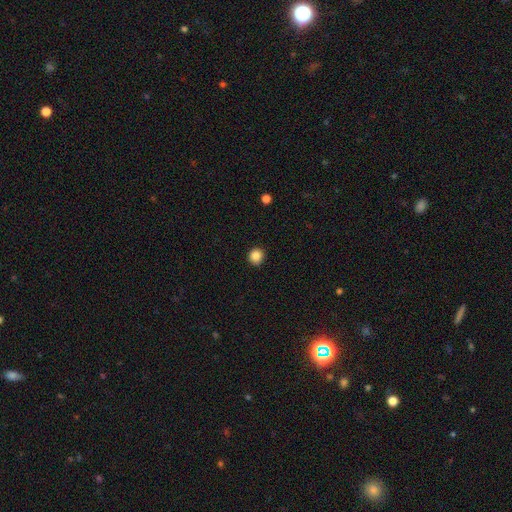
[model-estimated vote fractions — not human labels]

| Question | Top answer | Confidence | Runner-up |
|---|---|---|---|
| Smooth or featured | smooth | 87% | star or artifact (10%) |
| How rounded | round | 92% | in between (7%) |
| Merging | none | 91% | minor disturbance (6%) |